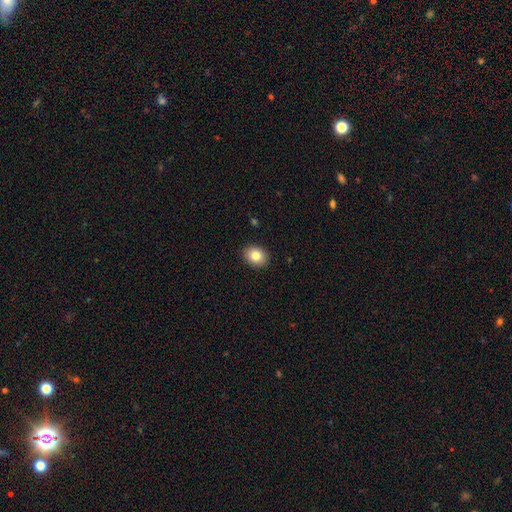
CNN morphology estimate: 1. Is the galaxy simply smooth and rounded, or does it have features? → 83% smooth, 9% star or artifact, 8% featured or disk.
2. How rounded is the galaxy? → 53% in between, 46% round, 1% cigar-shaped.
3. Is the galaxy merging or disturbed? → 90% none, 7% minor disturbance, 2% major disturbance, 1% merger.